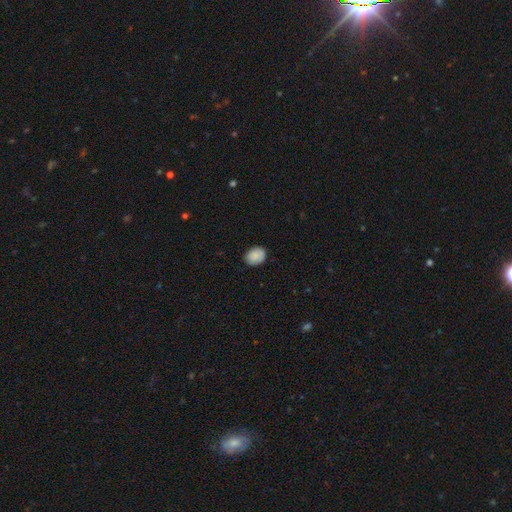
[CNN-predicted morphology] type=smooth (87%); roundness=in between (52%); merging=none (84%).